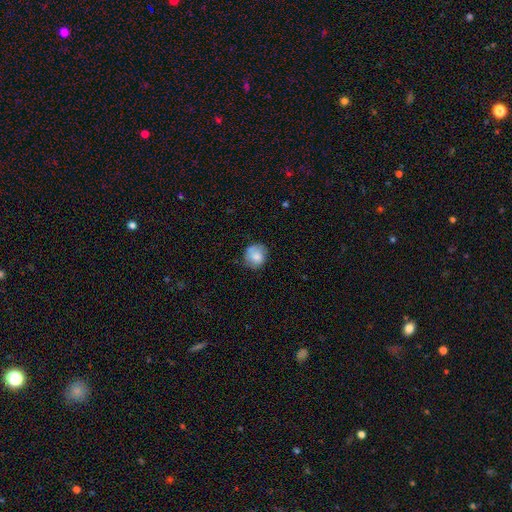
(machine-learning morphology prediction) Smooth or featured? Predicted: smooth (p=0.78). How rounded? Predicted: round (p=0.81). Merging? Predicted: none (p=0.68).